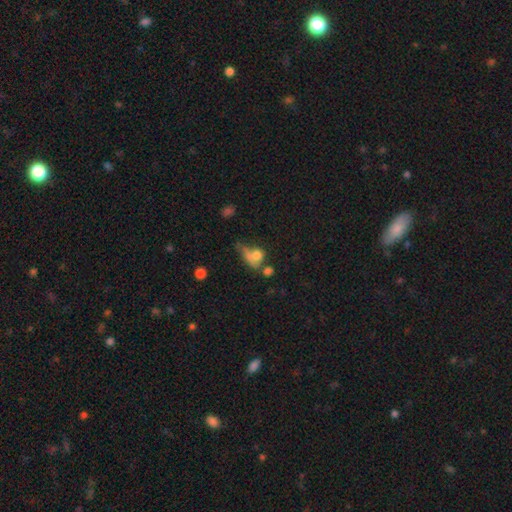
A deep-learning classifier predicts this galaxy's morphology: This is likely a smooth galaxy (67%). How rounded: possibly round (53%). Merging: marginally merger (30%).